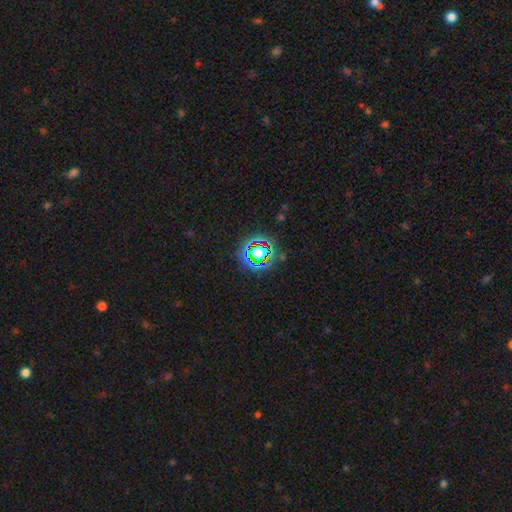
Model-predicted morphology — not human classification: A star or artifact, not a galaxy (65%).

Vote fractions:
- Smooth or featured? star or artifact: 65% / smooth: 23% / featured or disk: 13%